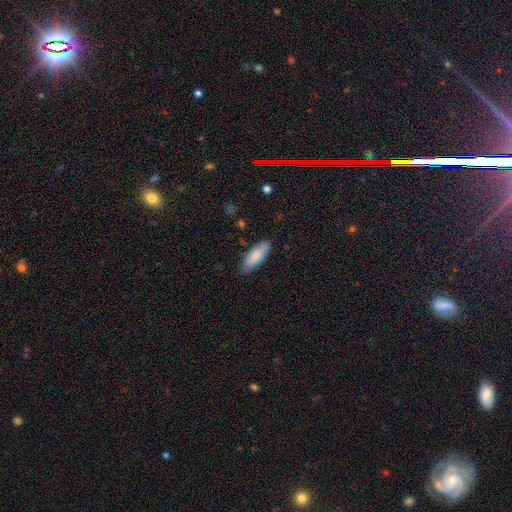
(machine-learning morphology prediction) The model was most divided on "how rounded": in between: 67%, cigar-shaped: 32%, round: 2%. More confident: smooth or featured — smooth (82%); merging — none (82%).